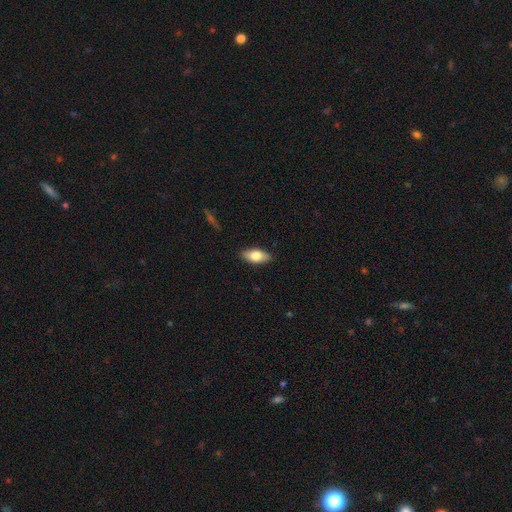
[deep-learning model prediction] Morphology: type=smooth (75%); roundness=in between (87%); merging=none (89%).